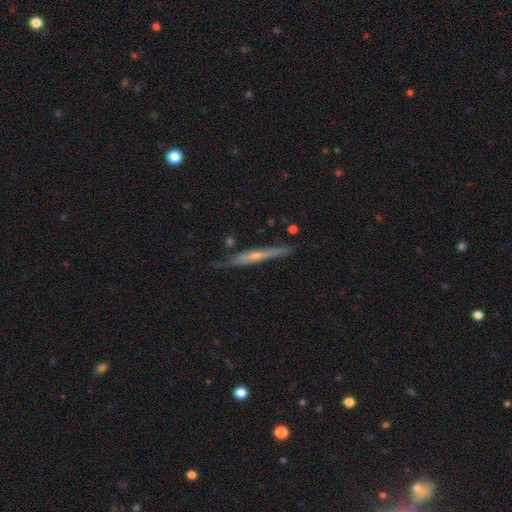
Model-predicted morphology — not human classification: type=featured or disk (67%); edge-on=yes (95%); edge-on bulge=rounded (58%); merging=none (77%).